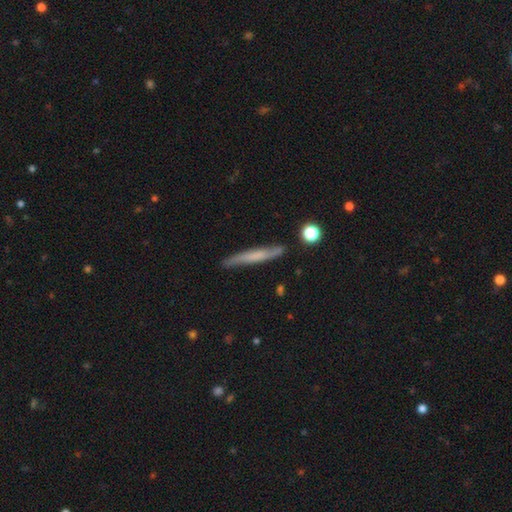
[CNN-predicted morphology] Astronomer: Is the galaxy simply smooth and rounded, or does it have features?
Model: smooth — 49% (runner-up: featured or disk, 44%).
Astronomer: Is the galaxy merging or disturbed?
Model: none — 79%.